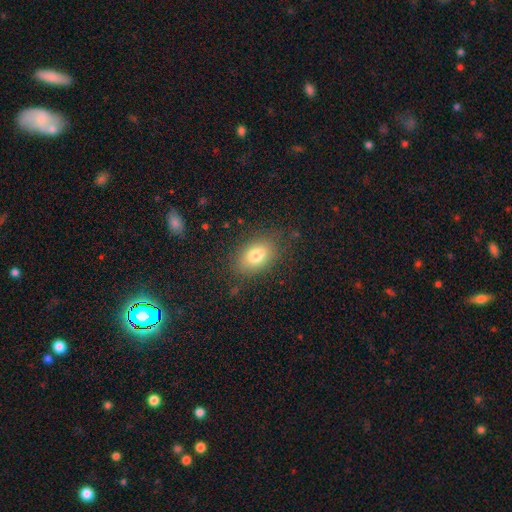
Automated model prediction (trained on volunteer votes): Q: Smooth or featured?
A: smooth (77%); runner-up: featured or disk (14%)
Q: How rounded?
A: in between (84%); runner-up: round (14%)
Q: Merging?
A: none (79%); runner-up: minor disturbance (14%)